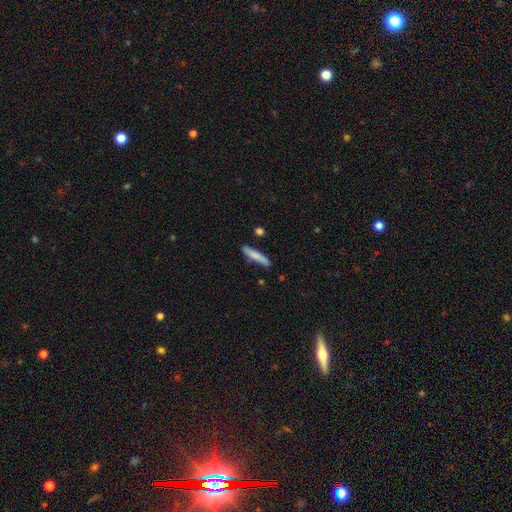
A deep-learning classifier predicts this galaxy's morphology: Smooth or featured: smooth — 75% (featured or disk — 19%)
How rounded: cigar-shaped — 91% (in between — 8%)
Merging: none — 82% (minor disturbance — 13%)